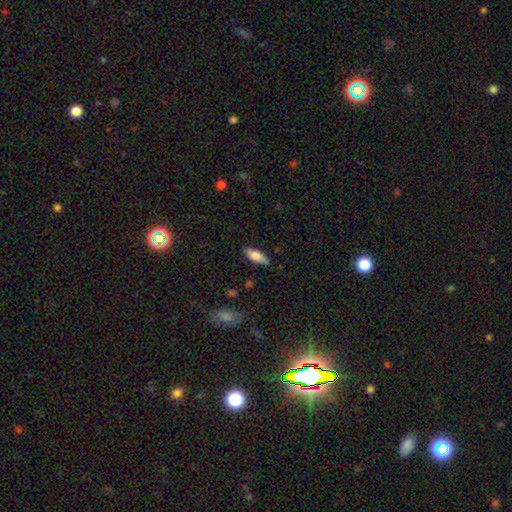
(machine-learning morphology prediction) This appears to be a smooth galaxy with no disk features (77%) that is in between round and cigar-shaped (73%). Merging: none (82%).